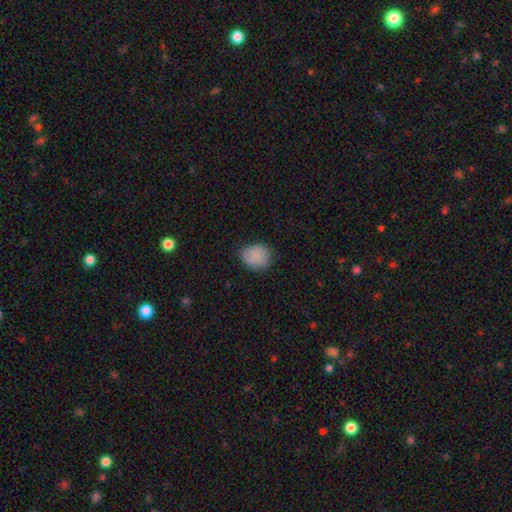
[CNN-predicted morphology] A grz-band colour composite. It shows a smooth galaxy with no disk features (84%) that is round (63%). Merging: none (72%).